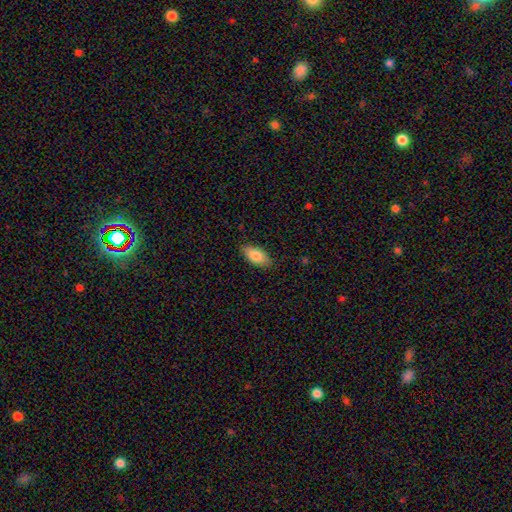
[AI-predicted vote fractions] This appears to be a smooth galaxy with no disk features (83%) that is in between round and cigar-shaped (89%). Merging: none (86%).